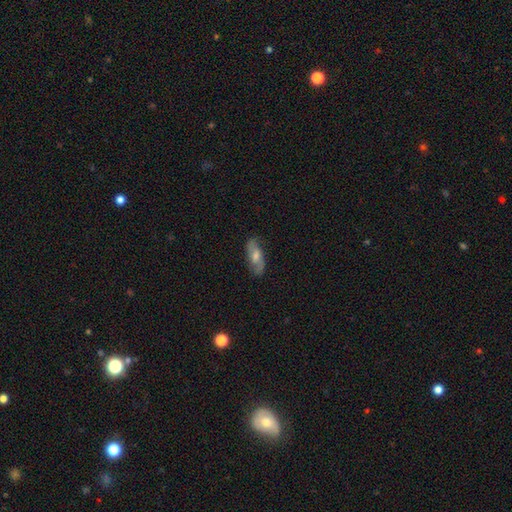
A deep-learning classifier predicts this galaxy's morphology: A featured or disk galaxy (60%).

Vote fractions:
- Smooth or featured? featured or disk: 60% / smooth: 32% / star or artifact: 8%
- Edge-on disk? no: 83% / yes: 17%
- Merging? none: 82% / minor disturbance: 13% / major disturbance: 3% / merger: 1%